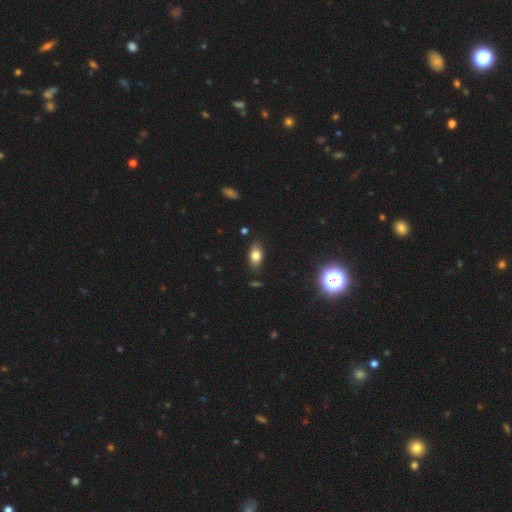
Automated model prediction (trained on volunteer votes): Q: Smooth or featured?
A: smooth (78%); runner-up: star or artifact (11%)
Q: How rounded?
A: in between (87%); runner-up: round (10%)
Q: Merging?
A: none (84%); runner-up: minor disturbance (12%)